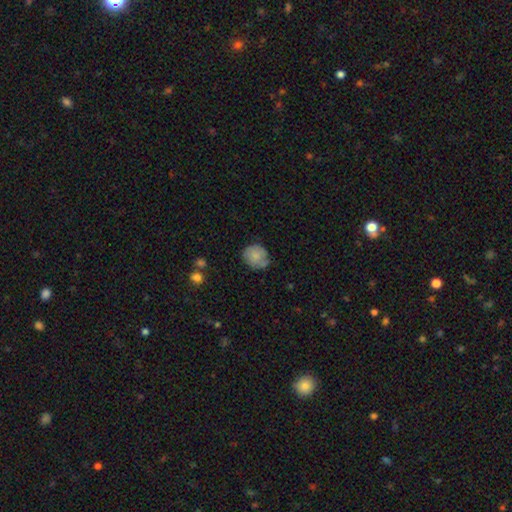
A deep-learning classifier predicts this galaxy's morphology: Smooth or featured: smooth — 74% (featured or disk — 18%)
How rounded: round — 75% (in between — 24%)
Merging: none — 63% (minor disturbance — 27%)